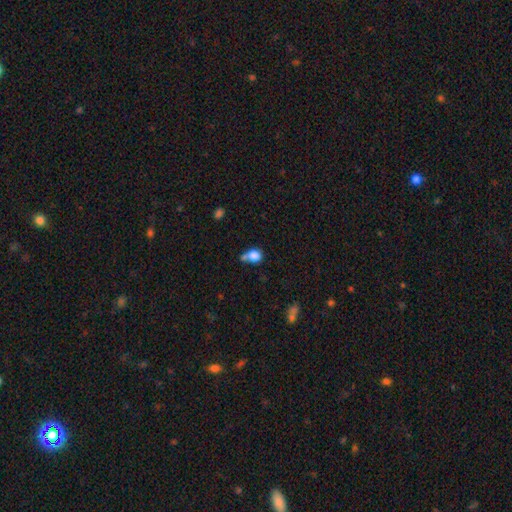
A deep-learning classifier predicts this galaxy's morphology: type=smooth (81%); roundness=round (52%); merging=none (36%).